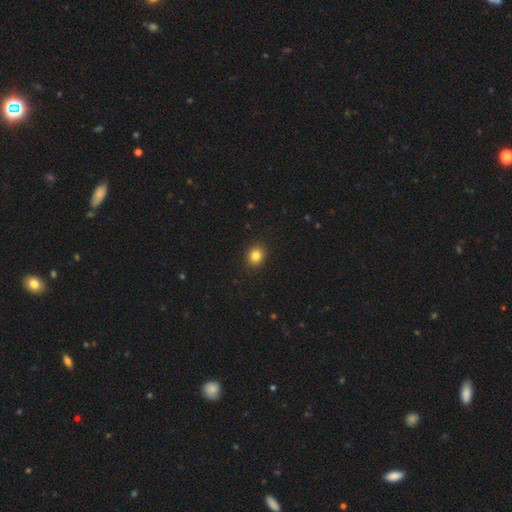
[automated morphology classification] type=smooth (83%); roundness=round (71%); merging=none (91%).